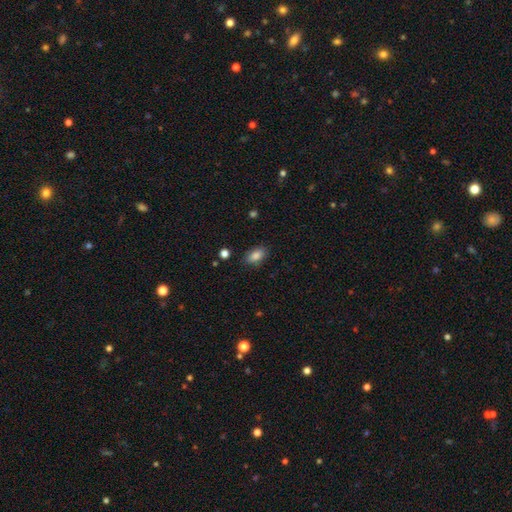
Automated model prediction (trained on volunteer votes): smooth_or_featured: smooth (p=0.86) [alt: star or artifact p=0.08]
how_rounded: in between (p=0.89) [alt: round p=0.07]
merging: none (p=0.84) [alt: minor disturbance p=0.11]